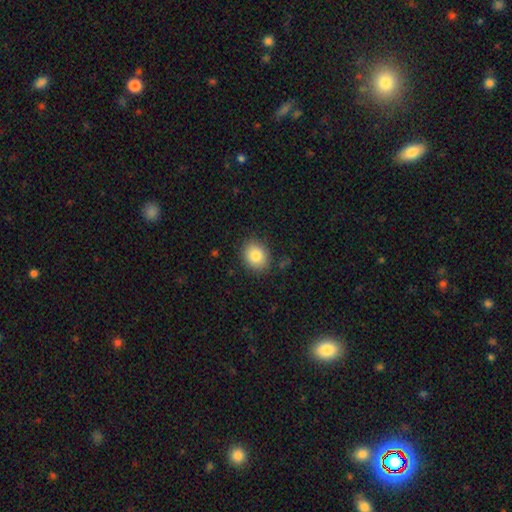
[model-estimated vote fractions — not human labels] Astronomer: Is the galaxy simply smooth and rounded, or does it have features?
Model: smooth — 83%.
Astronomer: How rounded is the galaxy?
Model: round — 61% (runner-up: in between, 39%).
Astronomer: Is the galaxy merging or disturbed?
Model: none — 86%.